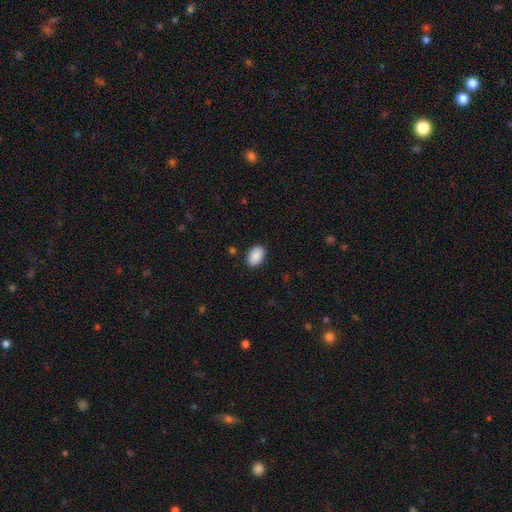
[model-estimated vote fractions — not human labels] Smooth or featured?
  - smooth: 90% *
  - star or artifact: 7%
  - featured or disk: 3%
How rounded?
  - in between: 91% *
  - round: 8%
  - cigar-shaped: 1%
Merging?
  - none: 88% *
  - minor disturbance: 8%
  - major disturbance: 2%
  - merger: 1%